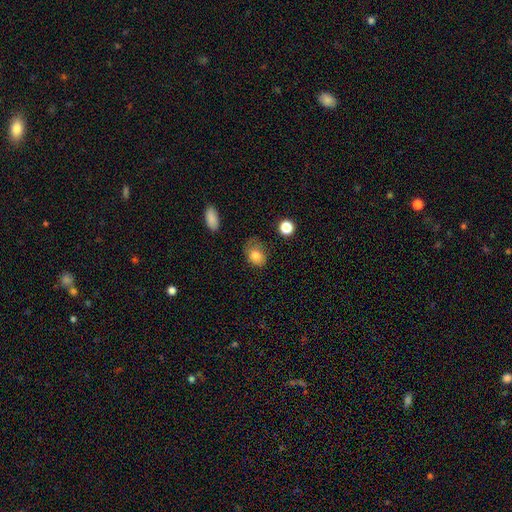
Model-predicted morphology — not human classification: Smooth or featured?
  - smooth: 80% *
  - featured or disk: 10%
  - star or artifact: 10%
How rounded?
  - in between: 66% *
  - round: 33%
  - cigar-shaped: 1%
Merging?
  - none: 50% *
  - minor disturbance: 33%
  - major disturbance: 14%
  - merger: 2%